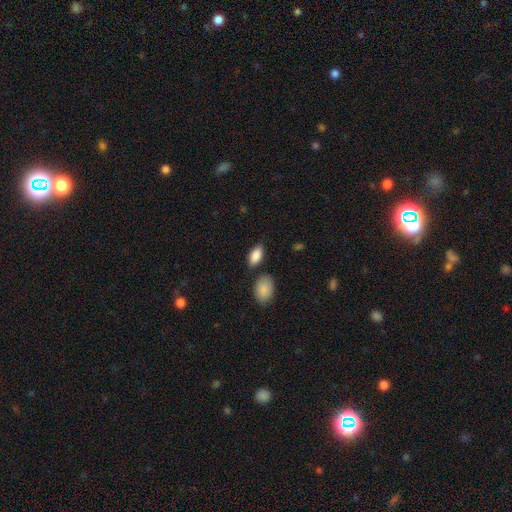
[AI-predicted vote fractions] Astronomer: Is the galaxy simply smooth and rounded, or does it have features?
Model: smooth — 87%.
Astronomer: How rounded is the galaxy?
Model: in between — 91%.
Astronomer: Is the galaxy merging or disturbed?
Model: none — 77%.